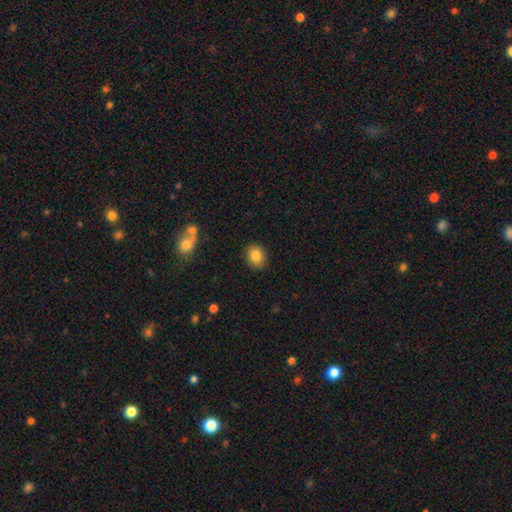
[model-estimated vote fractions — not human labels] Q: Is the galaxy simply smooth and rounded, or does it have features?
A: smooth — 84%.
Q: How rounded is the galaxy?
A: round — 61%.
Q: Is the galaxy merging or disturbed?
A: none — 88%.